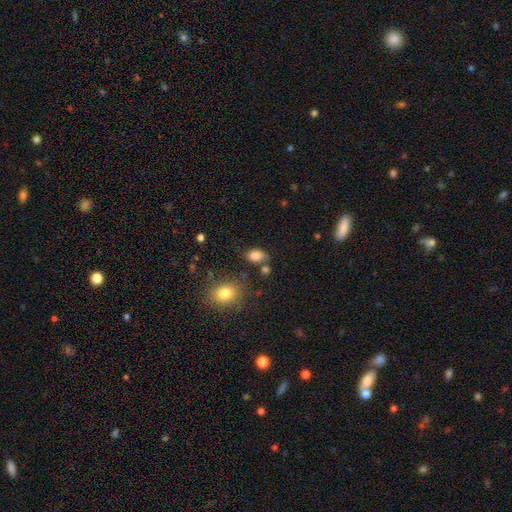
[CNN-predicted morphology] smooth-or-featured: smooth: 81% | star or artifact: 11% | featured or disk: 7%
  how-rounded: in between: 75% | round: 23% | cigar-shaped: 2%
  merging: none: 59% | minor disturbance: 22% | merger: 10% | major disturbance: 8%